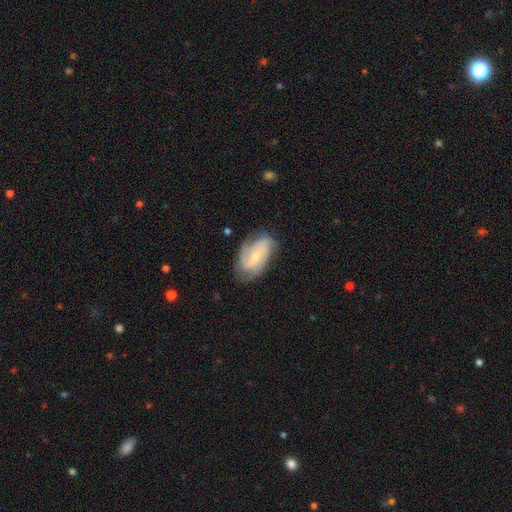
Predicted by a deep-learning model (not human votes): smooth-or-featured: featured or disk: 75% | smooth: 19% | star or artifact: 6%
  disk-edge-on: no: 96% | yes: 4%
    bar: no: 58% | weak: 33% | strong: 9%
    has-spiral-arms: yes: 93% | no: 7%
      spiral-winding: medium: 44% | tight: 35% | loose: 21%
      spiral-arm-count: 2: 34% | 3: 32% | can't tell: 20% | 4: 6% | 1: 4% | more than 4: 3%
    bulge-size: small: 61% | moderate: 35% | none: 2% | large: 1% | dominant: 1%
  merging: none: 68% | minor disturbance: 23% | major disturbance: 8% | merger: 1%